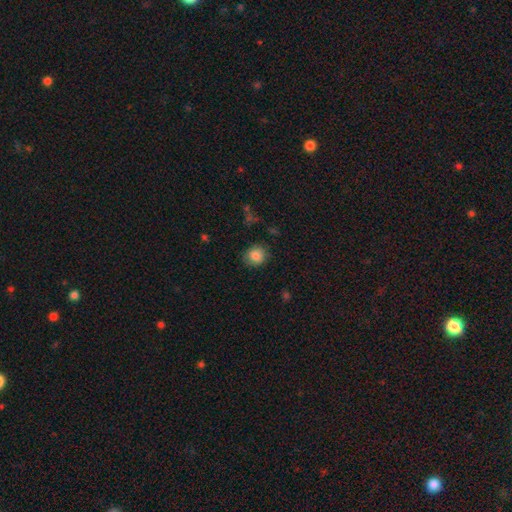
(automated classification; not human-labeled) smooth_or_featured: smooth (p=0.85) [alt: star or artifact p=0.09]
how_rounded: round (p=0.80) [alt: in between p=0.19]
merging: none (p=0.82) [alt: minor disturbance p=0.13]